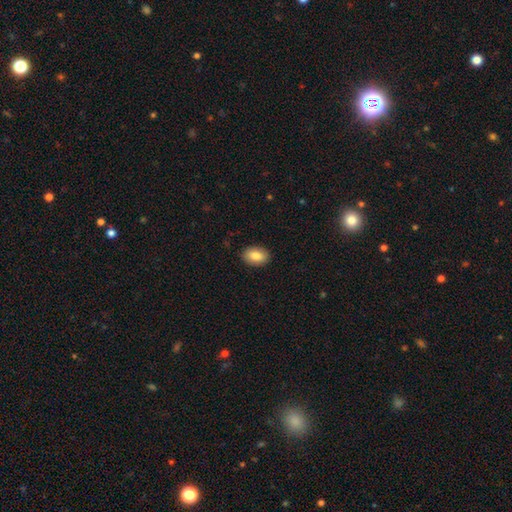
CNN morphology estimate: A smooth galaxy with no disk features (86%) that is in between round and cigar-shaped (87%). Merging: none (90%).